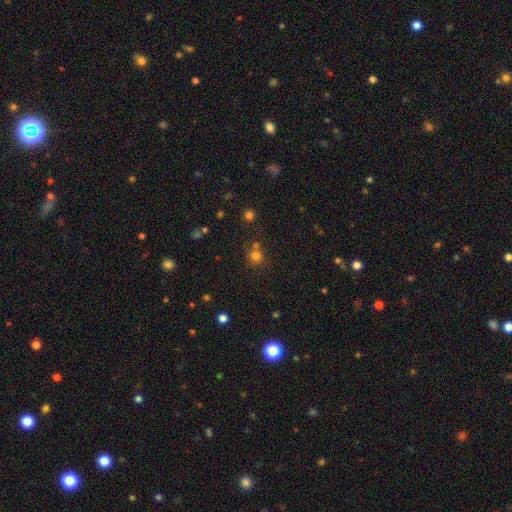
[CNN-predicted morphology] Smooth or featured? smooth (75%)
How rounded? round (90%)
Merging? none (65%)